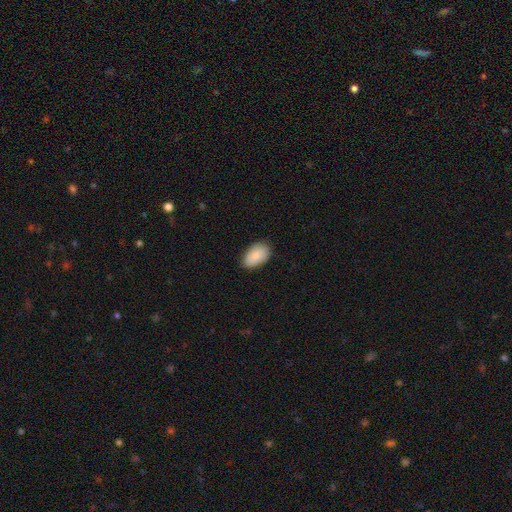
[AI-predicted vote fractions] The model was most divided on "merging": none: 83%, minor disturbance: 14%, major disturbance: 2%, merger: 1%. More confident: how rounded — in between (93%); smooth or featured — smooth (85%).